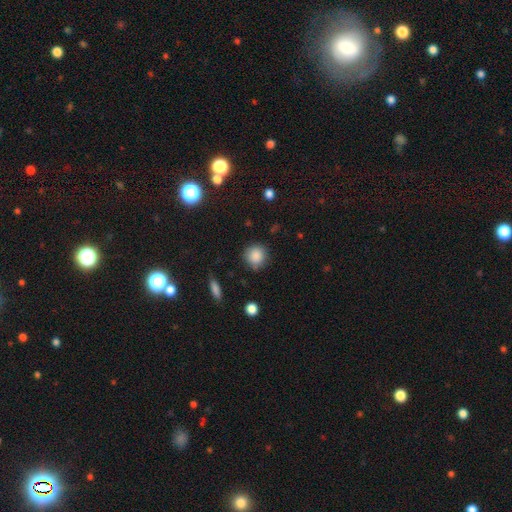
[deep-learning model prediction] The model was most divided on "merging": none: 82%, minor disturbance: 13%, major disturbance: 3%, merger: 2%. More confident: how rounded — round (90%); smooth or featured — smooth (86%).